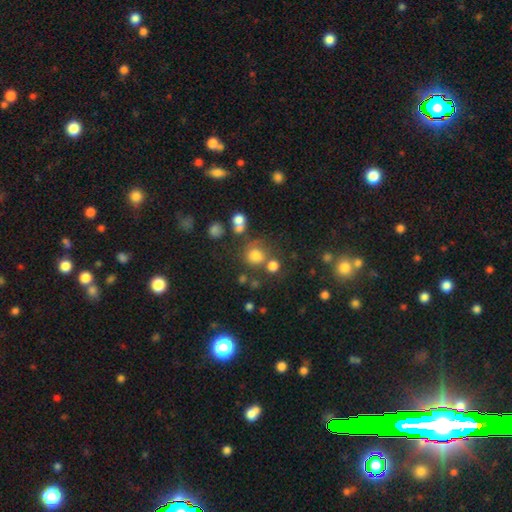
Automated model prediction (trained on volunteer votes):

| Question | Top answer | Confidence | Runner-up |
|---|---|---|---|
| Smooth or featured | smooth | 73% | star or artifact (19%) |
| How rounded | round | 84% | in between (15%) |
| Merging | none | 63% | merger (18%) |